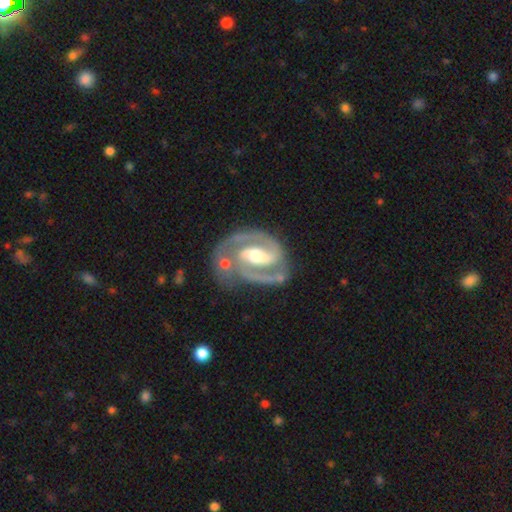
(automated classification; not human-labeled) Smooth or featured?
  - featured or disk: 92% *
  - smooth: 4%
  - star or artifact: 4%
Edge-on disk?
  - no: 98% *
  - yes: 2%
Bar?
  - strong: 56% *
  - weak: 32%
  - no: 12%
Spiral arms?
  - yes: 98% *
  - no: 2%
Spiral winding?
  - medium: 49% *
  - tight: 45%
  - loose: 7%
Spiral arm count?
  - 2: 91% *
  - 3: 3%
  - can't tell: 2%
  - 1: 2%
  - 4: 1%
  - more than 4: 1%
Bulge size?
  - moderate: 67% *
  - small: 20%
  - large: 10%
  - none: 2%
  - dominant: 1%
Merging?
  - none: 69% *
  - minor disturbance: 17%
  - merger: 8%
  - major disturbance: 6%